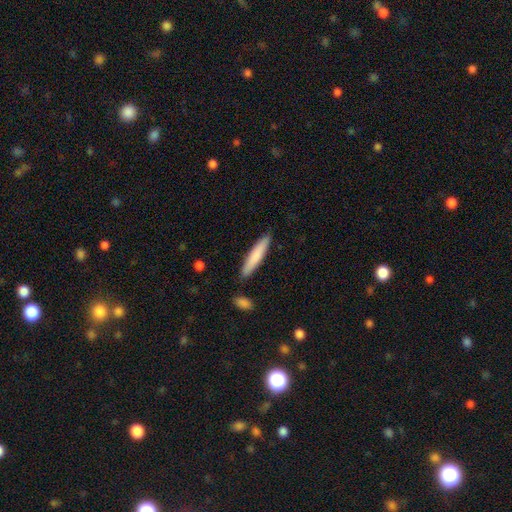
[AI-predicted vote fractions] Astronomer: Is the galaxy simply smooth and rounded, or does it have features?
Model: smooth — 77%.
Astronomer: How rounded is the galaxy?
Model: cigar-shaped — 90%.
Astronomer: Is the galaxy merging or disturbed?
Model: none — 87%.